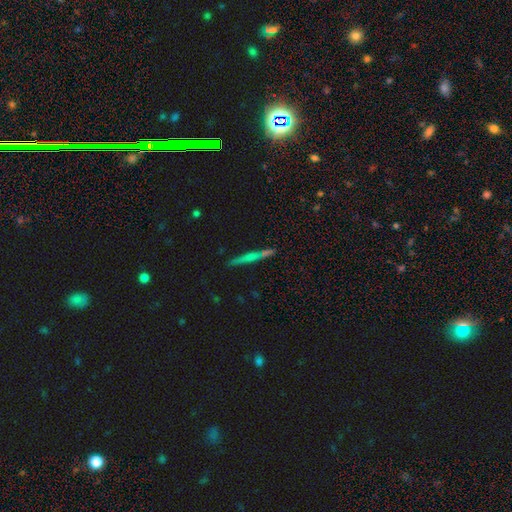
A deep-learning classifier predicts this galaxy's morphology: Smooth or featured: star or artifact — 48% (featured or disk — 27%)